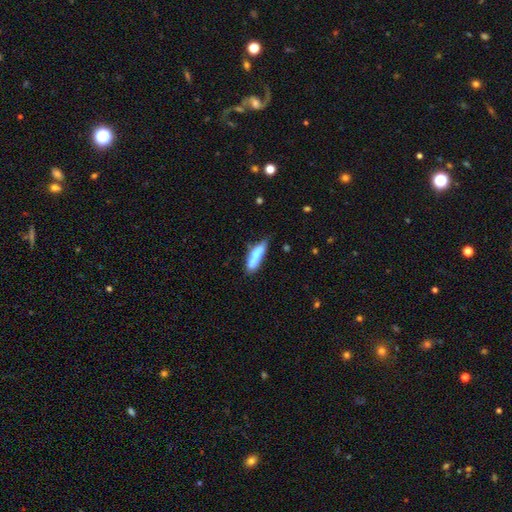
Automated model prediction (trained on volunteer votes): A smooth galaxy with no disk features (62%) that is cigar-shaped (63%).

Vote fractions:
- Smooth or featured? smooth: 62% / featured or disk: 31% / star or artifact: 7%
- How rounded? cigar-shaped: 63% / in between: 35% / round: 2%
- Merging? none: 42% / merger: 31% / minor disturbance: 19% / major disturbance: 8%